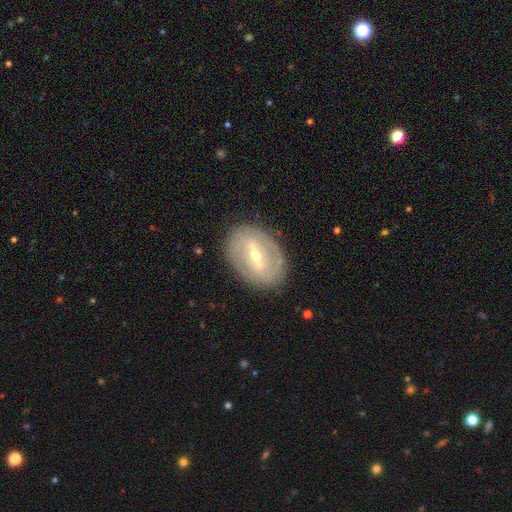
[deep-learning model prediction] A featured or disk galaxy (77%) with a strong bar (57%), spiral arms (60%) and a small central bulge (52%). Merging: none (84%).